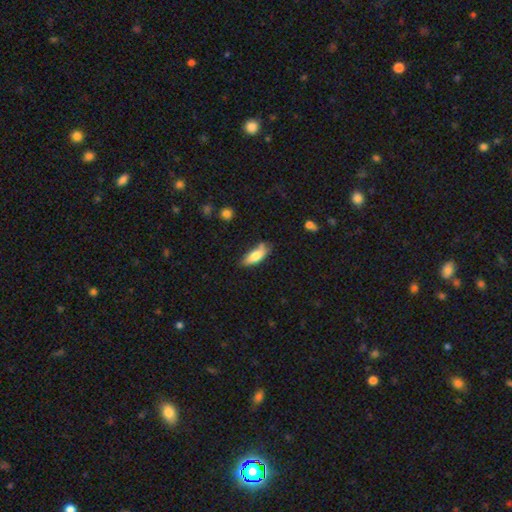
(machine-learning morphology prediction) Smooth or featured?
  - smooth: 76% *
  - featured or disk: 18%
  - star or artifact: 7%
How rounded?
  - in between: 70% *
  - cigar-shaped: 27%
  - round: 2%
Merging?
  - none: 58% *
  - minor disturbance: 29%
  - merger: 6%
  - major disturbance: 6%